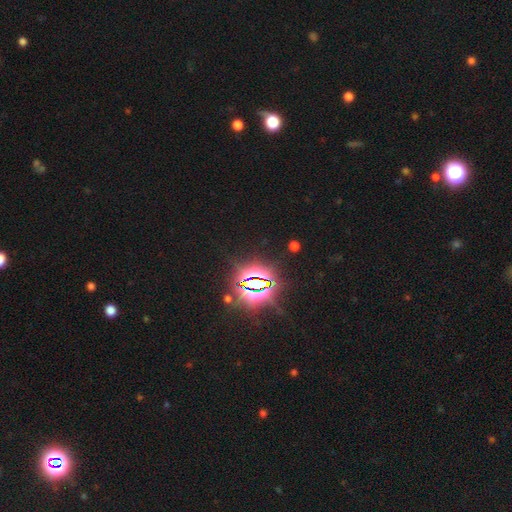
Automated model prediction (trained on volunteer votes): smooth-or-featured: star or artifact: 84% | smooth: 9% | featured or disk: 6%